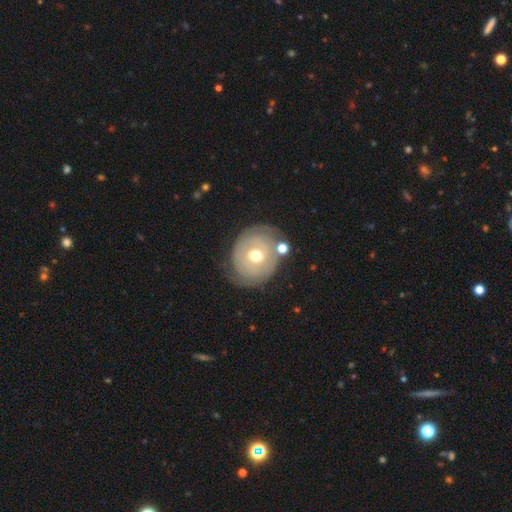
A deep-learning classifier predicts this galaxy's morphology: The model was most divided on "spiral arms": yes: 51%, no: 49%. More confident: edge-on disk — no (96%); bar — no (78%); bulge size — moderate (72%); merging — none (60%); smooth or featured — featured or disk (53%).